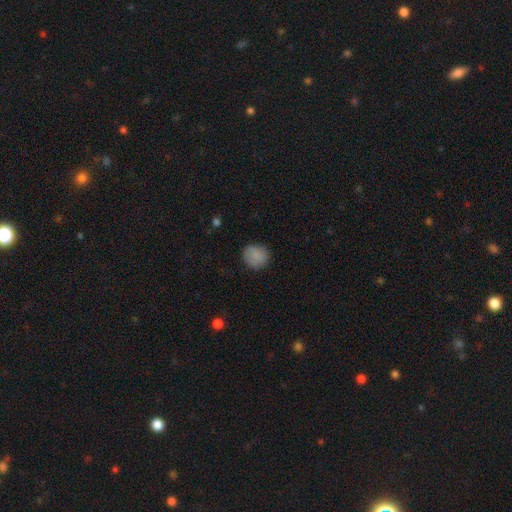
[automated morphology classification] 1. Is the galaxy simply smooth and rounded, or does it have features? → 86% smooth, 8% star or artifact, 7% featured or disk.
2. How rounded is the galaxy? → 85% round, 14% in between, 1% cigar-shaped.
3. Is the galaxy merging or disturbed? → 84% none, 12% minor disturbance, 3% major disturbance, 1% merger.